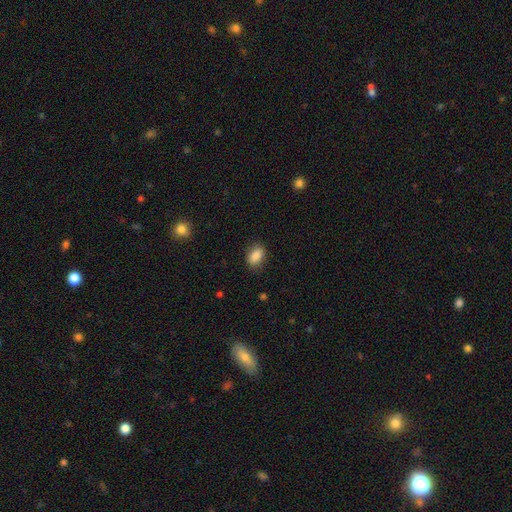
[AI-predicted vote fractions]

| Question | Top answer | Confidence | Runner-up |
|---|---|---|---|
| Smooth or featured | smooth | 87% | star or artifact (8%) |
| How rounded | in between | 84% | round (14%) |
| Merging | none | 83% | minor disturbance (13%) |